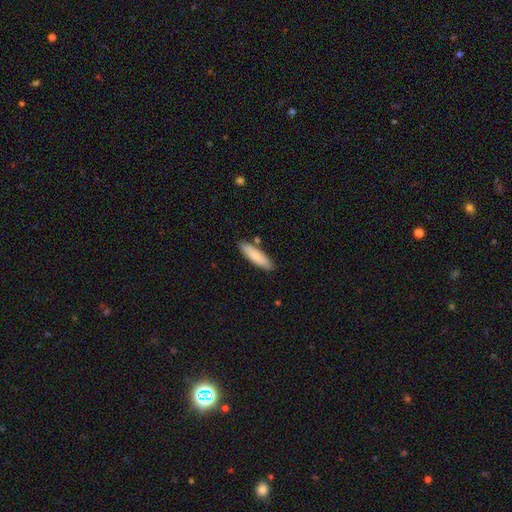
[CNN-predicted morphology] Overall: smooth (80%). How rounded: cigar-shaped (61%; in between 38%). Merging: none (83%).